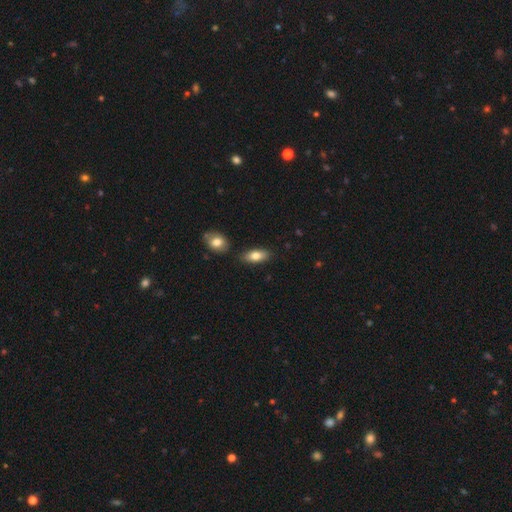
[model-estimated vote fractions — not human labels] Smooth or featured: smooth — 79% (featured or disk — 14%)
How rounded: in between — 87% (cigar-shaped — 10%)
Merging: none — 80% (minor disturbance — 11%)